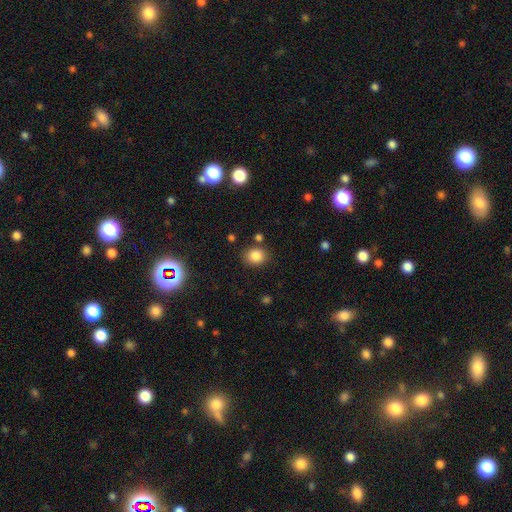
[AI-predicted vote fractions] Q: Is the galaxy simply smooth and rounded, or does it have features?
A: smooth — 85%.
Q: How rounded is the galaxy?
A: round — 65%.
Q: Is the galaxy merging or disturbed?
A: none — 81%.